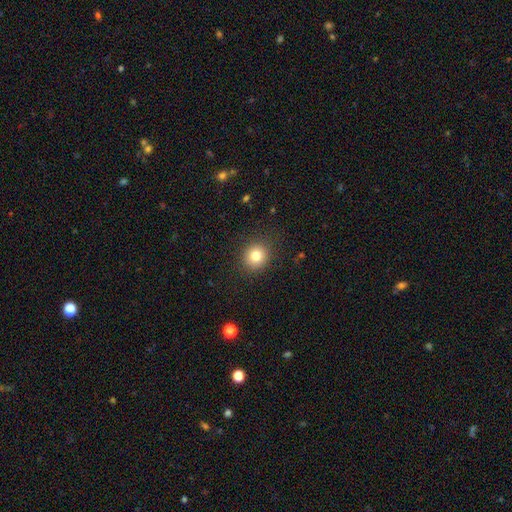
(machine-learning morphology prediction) Smooth or featured?
  - smooth: 80% *
  - star or artifact: 12%
  - featured or disk: 8%
How rounded?
  - round: 82% *
  - in between: 17%
  - cigar-shaped: 1%
Merging?
  - none: 88% *
  - minor disturbance: 8%
  - major disturbance: 3%
  - merger: 1%